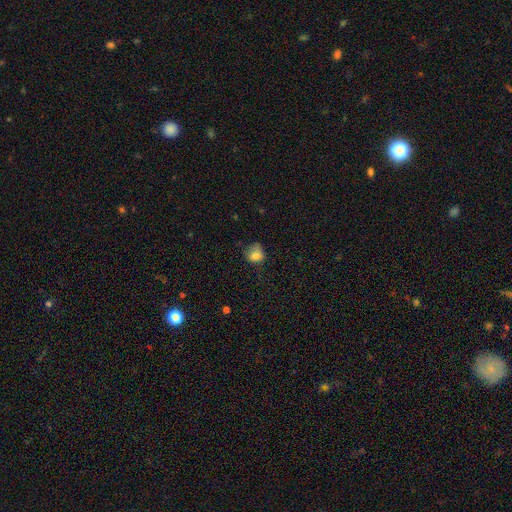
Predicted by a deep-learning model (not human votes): Smooth or featured? Predicted: smooth (p=0.78). How rounded? Predicted: round (p=0.60). Merging? Predicted: none (p=0.40).